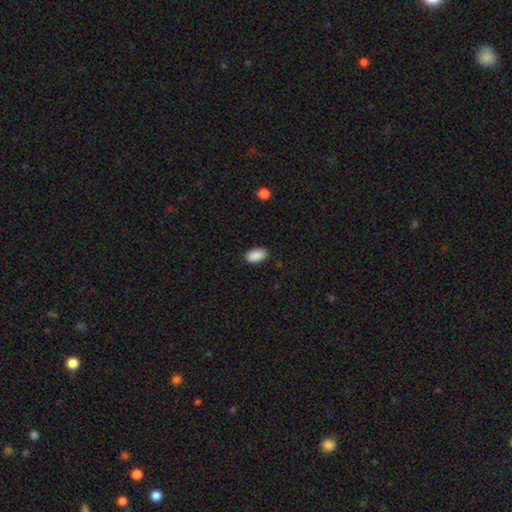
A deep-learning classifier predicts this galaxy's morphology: Smooth or featured: smooth — 90% (star or artifact — 7%)
How rounded: in between — 94% (round — 4%)
Merging: none — 87% (minor disturbance — 10%)